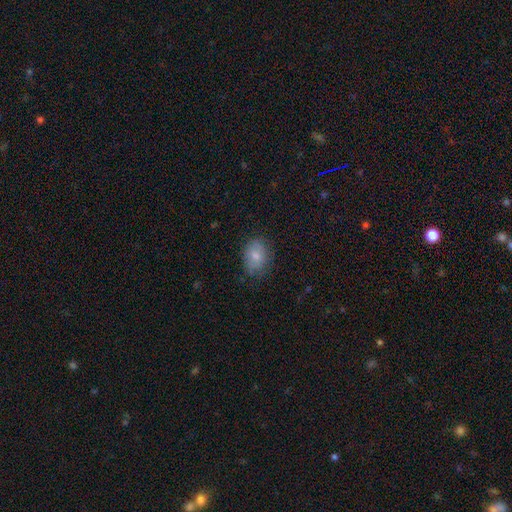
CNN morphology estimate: This appears to be a smooth galaxy with no disk features (78%) that is in between round and cigar-shaped (71%). Merging: none (73%).